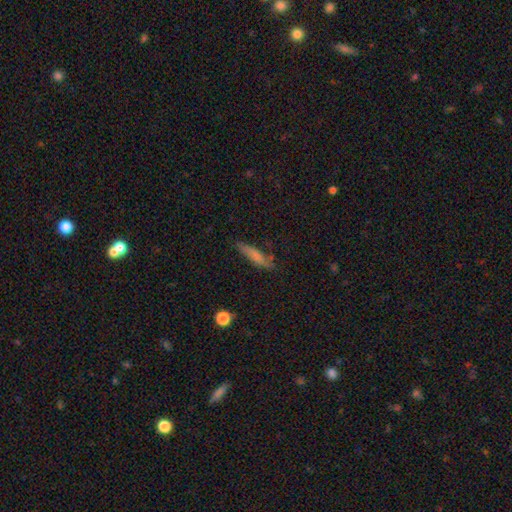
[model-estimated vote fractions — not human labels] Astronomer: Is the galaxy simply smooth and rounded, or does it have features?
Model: smooth — 70%.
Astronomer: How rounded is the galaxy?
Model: cigar-shaped — 77%.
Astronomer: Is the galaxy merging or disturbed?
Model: none — 66%.